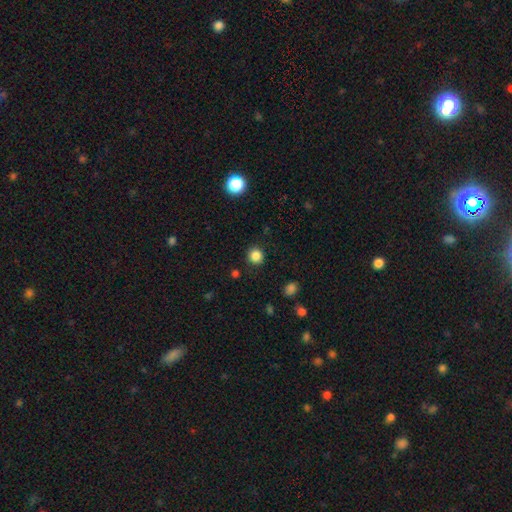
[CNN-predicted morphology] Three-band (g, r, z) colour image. It shows a smooth galaxy with no disk features (85%) that is round (93%). Merging: none (90%).